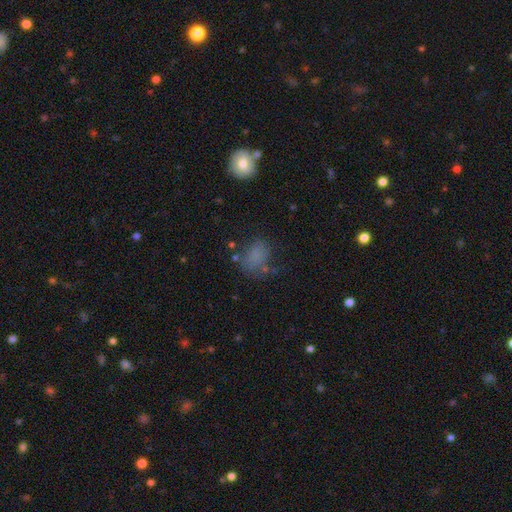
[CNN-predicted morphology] Smooth or featured? smooth (71%)
How rounded? in between (70%)
Merging? none (54%)